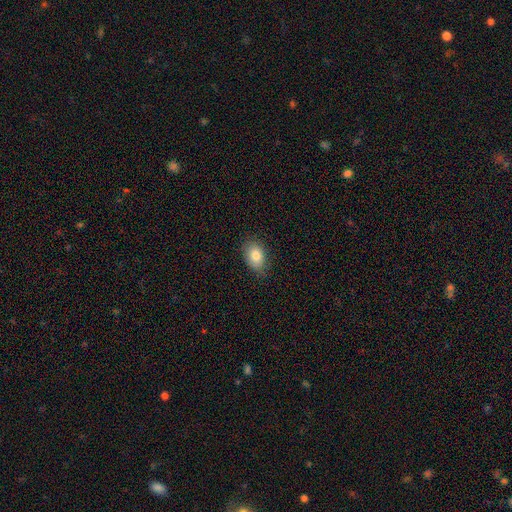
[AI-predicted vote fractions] Smooth or featured: smooth — 83% (featured or disk — 9%)
How rounded: in between — 85% (round — 13%)
Merging: none — 82% (minor disturbance — 15%)